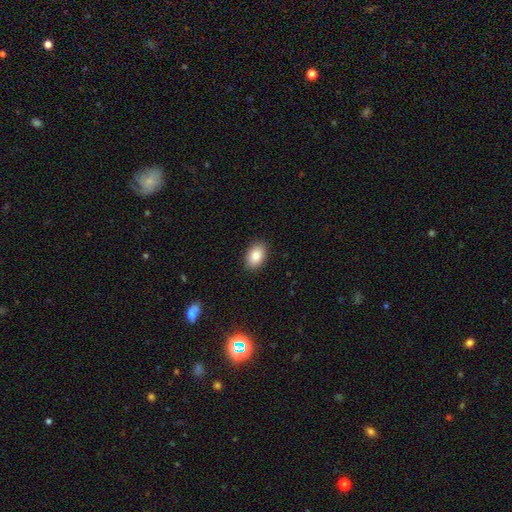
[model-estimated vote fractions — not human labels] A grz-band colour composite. It shows a smooth galaxy with no disk features (86%) that is in between round and cigar-shaped (88%). Merging: none (89%).